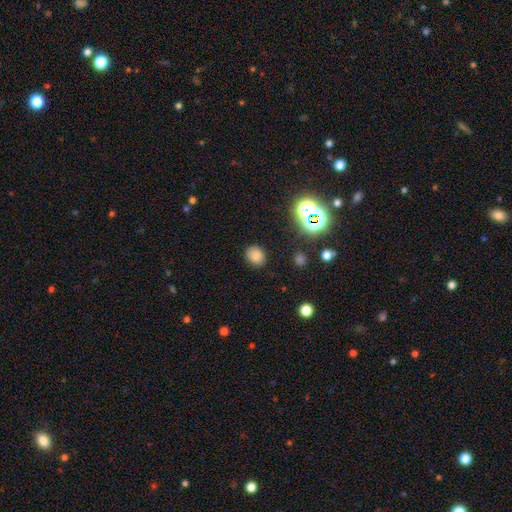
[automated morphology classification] This is likely a smooth galaxy (77%). How rounded: possibly round (56%). Merging: clearly none (85%).